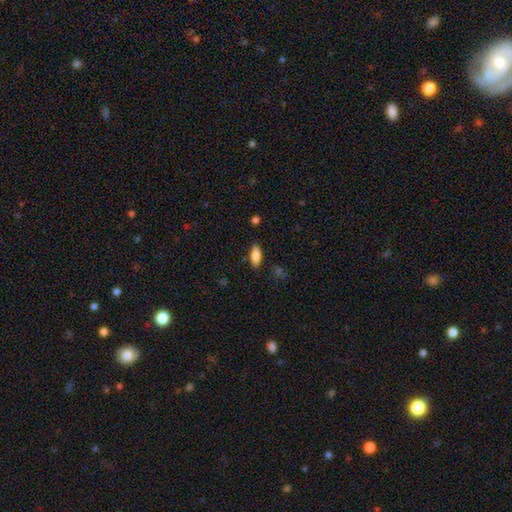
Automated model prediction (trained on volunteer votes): Smooth or featured? smooth (79%)
How rounded? in between (79%)
Merging? none (84%)